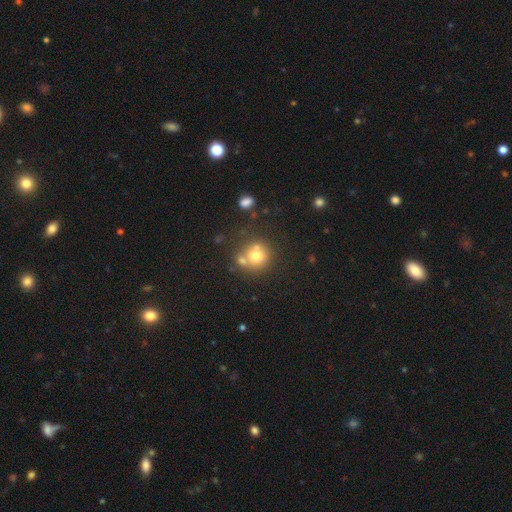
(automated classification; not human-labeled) smooth-or-featured: smooth: 70% | featured or disk: 18% | star or artifact: 13%
  how-rounded: round: 88% | in between: 11% | cigar-shaped: 1%
  merging: none: 55% | merger: 28% | minor disturbance: 12% | major disturbance: 5%